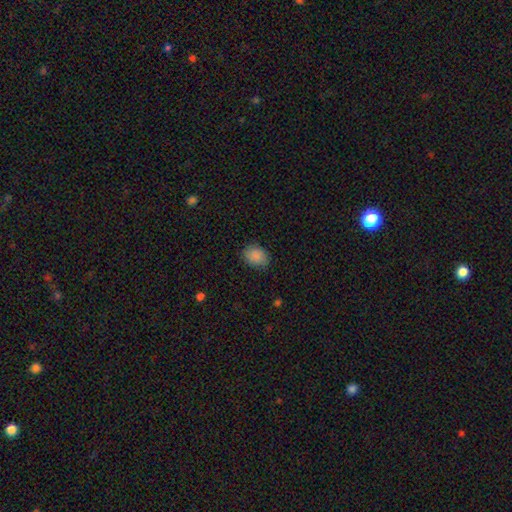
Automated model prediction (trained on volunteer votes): Q: Smooth or featured?
A: smooth (88%); runner-up: star or artifact (8%)
Q: How rounded?
A: in between (60%); runner-up: round (39%)
Q: Merging?
A: none (83%); runner-up: minor disturbance (13%)